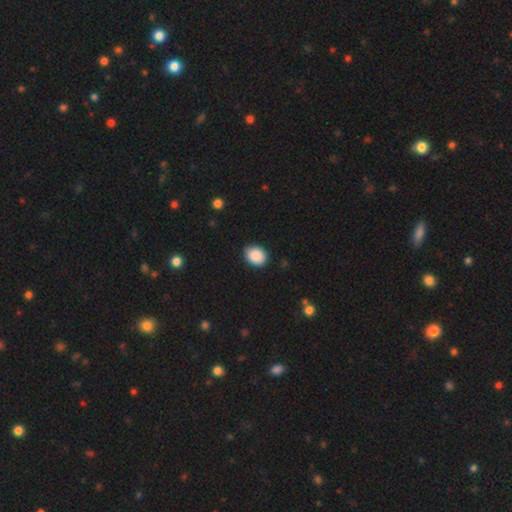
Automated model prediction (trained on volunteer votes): Smooth or featured? smooth (90%)
How rounded? in between (58%)
Merging? none (86%)